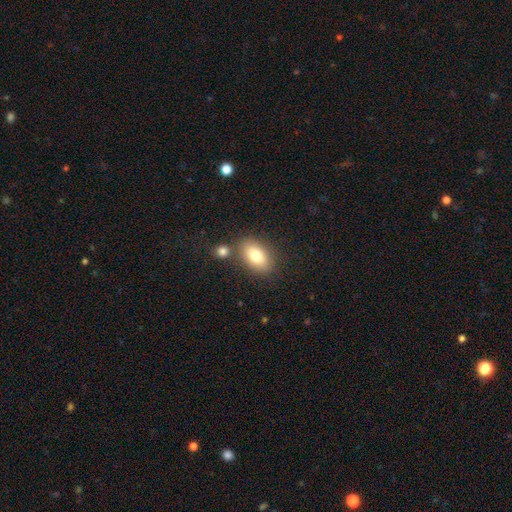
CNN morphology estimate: type=smooth (79%); roundness=in between (89%); merging=none (73%).